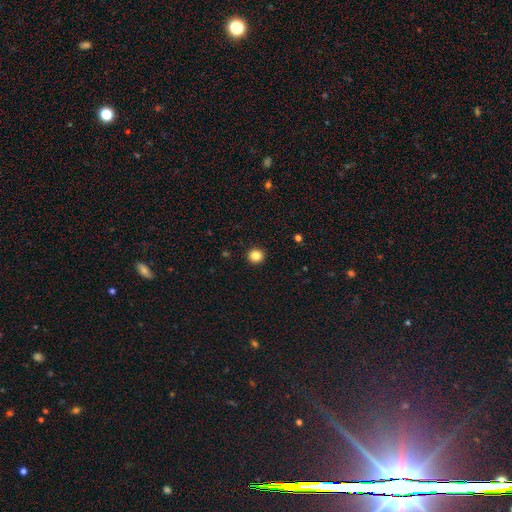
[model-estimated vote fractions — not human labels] This appears to be a smooth galaxy with no disk features (85%) that is round (94%). Merging: none (94%).